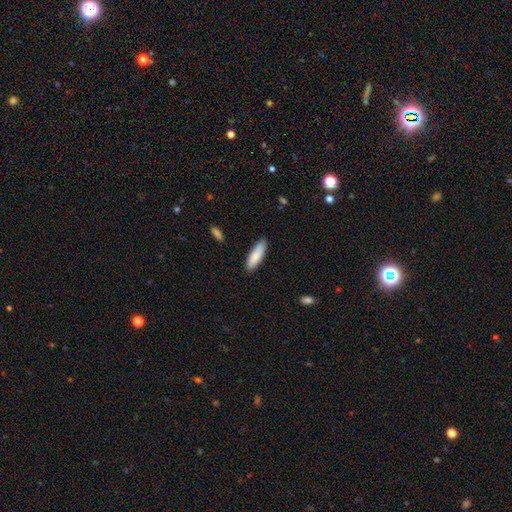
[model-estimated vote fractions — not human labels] Smooth or featured? smooth (86%)
How rounded? cigar-shaped (55%)
Merging? none (87%)